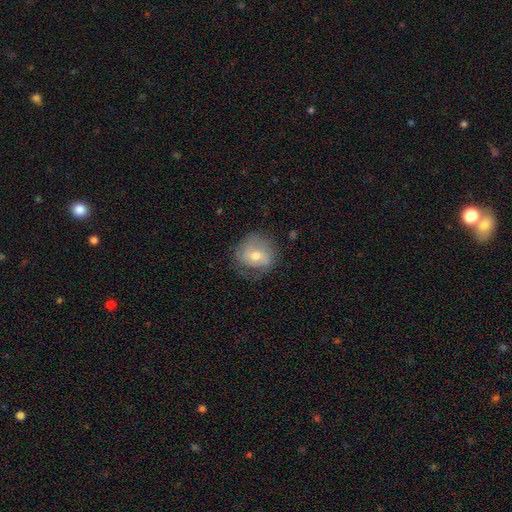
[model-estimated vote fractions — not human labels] Smooth or featured?
  - smooth: 55% *
  - featured or disk: 37%
  - star or artifact: 8%
How rounded?
  - round: 74% *
  - in between: 25%
  - cigar-shaped: 1%
Merging?
  - none: 64% *
  - minor disturbance: 24%
  - major disturbance: 11%
  - merger: 1%